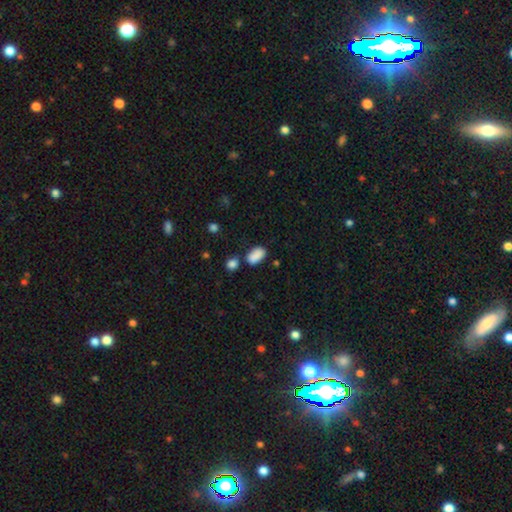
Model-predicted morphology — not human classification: type=smooth (86%); roundness=in between (92%); merging=none (62%).